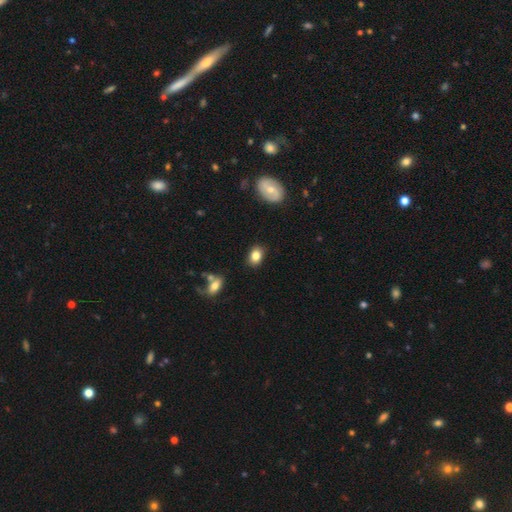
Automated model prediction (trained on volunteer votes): This is clearly a smooth galaxy (83%). How rounded: likely in between (76%). Merging: clearly none (84%).